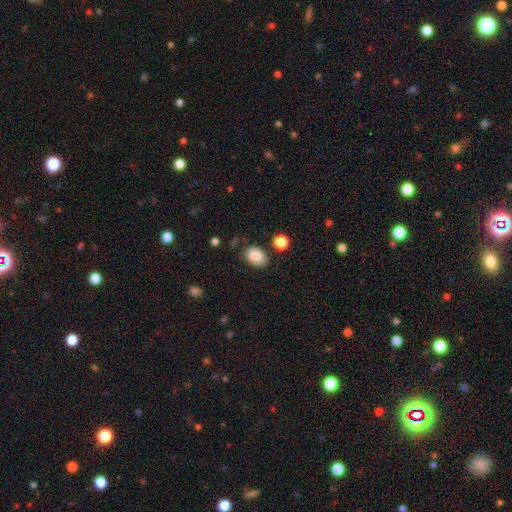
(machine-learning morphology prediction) This appears to be a smooth galaxy with no disk features (86%) that is in between round and cigar-shaped (79%). Merging: none (73%).